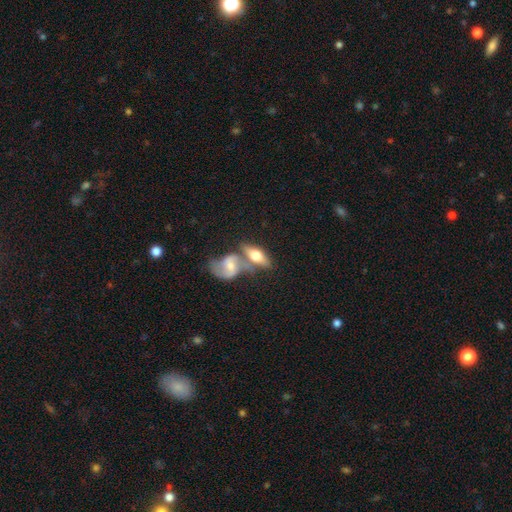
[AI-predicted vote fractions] The model was most divided on "smooth or featured": smooth: 49%, featured or disk: 45%, star or artifact: 7%. More confident: merging — merger (57%).